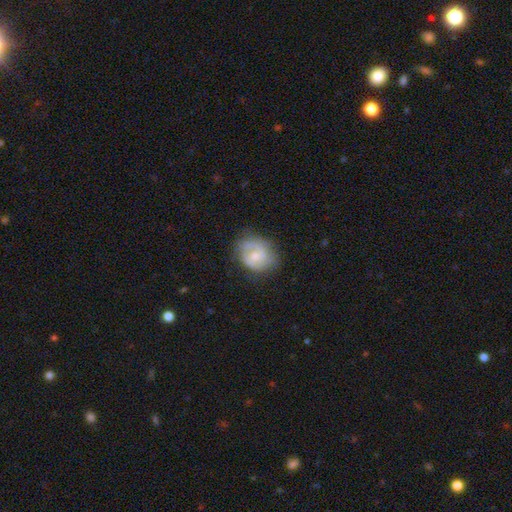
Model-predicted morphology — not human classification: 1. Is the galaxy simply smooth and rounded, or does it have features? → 58% featured or disk, 36% smooth, 6% star or artifact.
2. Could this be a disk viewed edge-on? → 97% no, 3% yes.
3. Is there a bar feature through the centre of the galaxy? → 60% no, 35% weak, 5% strong.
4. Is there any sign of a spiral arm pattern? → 79% yes, 21% no.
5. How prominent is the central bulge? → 47% moderate, 45% small, 5% none, 3% large, 1% dominant.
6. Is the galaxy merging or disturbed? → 63% none, 25% minor disturbance, 10% major disturbance, 2% merger.